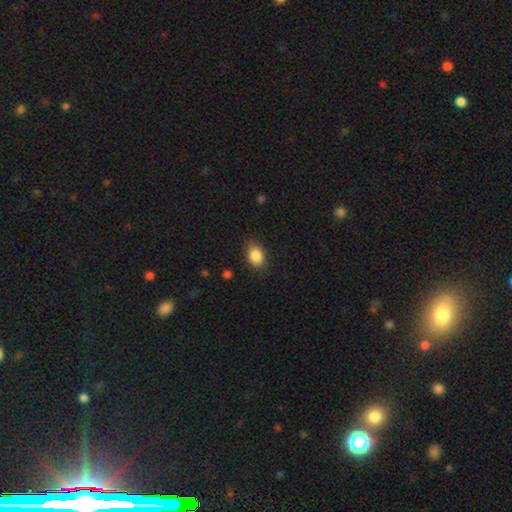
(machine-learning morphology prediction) Smooth or featured? smooth (87%)
How rounded? in between (77%)
Merging? none (81%)